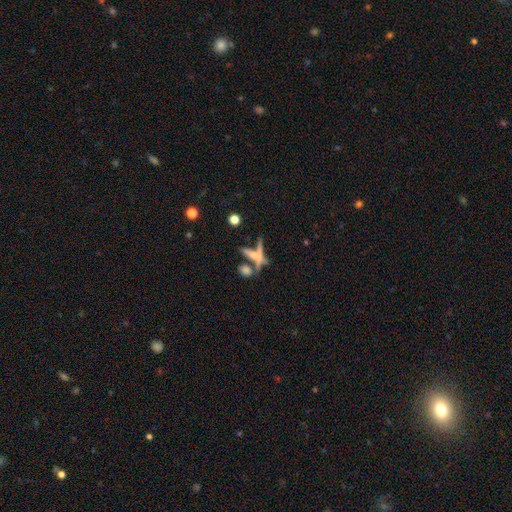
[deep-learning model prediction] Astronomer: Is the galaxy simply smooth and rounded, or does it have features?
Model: smooth — 45% (runner-up: featured or disk, 41%).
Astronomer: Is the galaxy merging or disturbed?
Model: none — 44% (runner-up: merger, 36%).